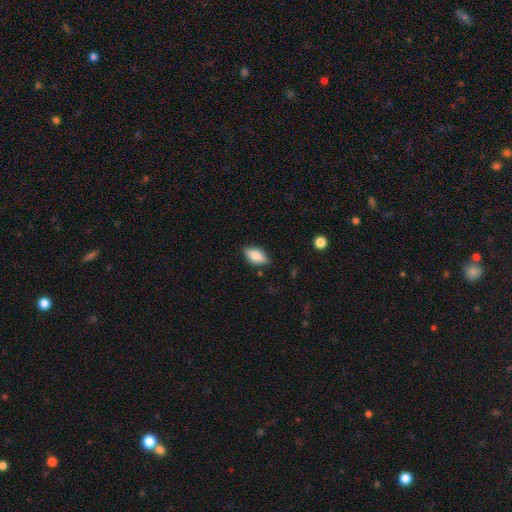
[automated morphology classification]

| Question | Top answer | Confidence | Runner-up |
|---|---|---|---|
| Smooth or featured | smooth | 65% | featured or disk (27%) |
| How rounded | in between | 83% | cigar-shaped (12%) |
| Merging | none | 78% | minor disturbance (16%) |